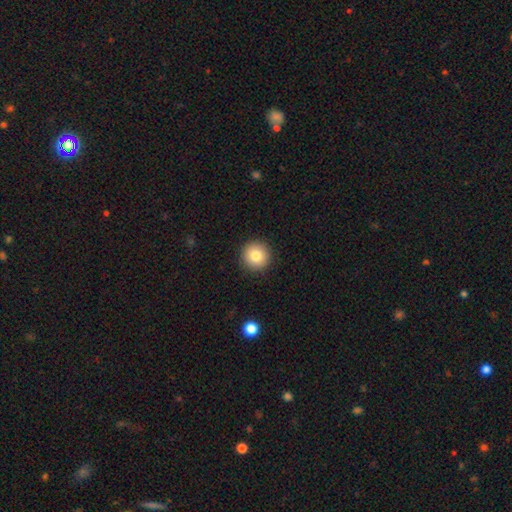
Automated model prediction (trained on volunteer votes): Smooth or featured?
  - smooth: 81% *
  - star or artifact: 10%
  - featured or disk: 9%
How rounded?
  - round: 96% *
  - in between: 3%
  - cigar-shaped: 1%
Merging?
  - none: 92% *
  - minor disturbance: 5%
  - major disturbance: 2%
  - merger: 1%